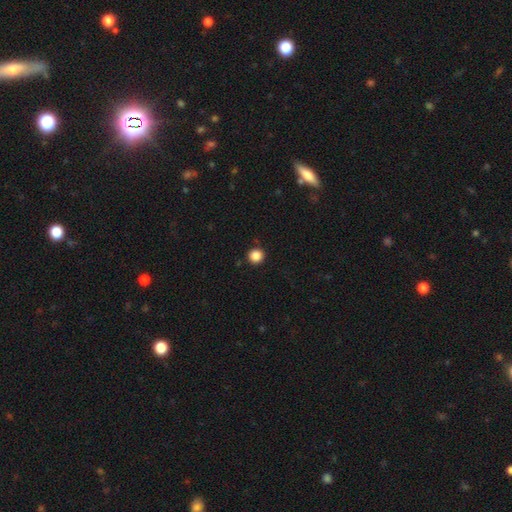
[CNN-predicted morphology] Smooth or featured? smooth (87%)
How rounded? round (95%)
Merging? none (92%)